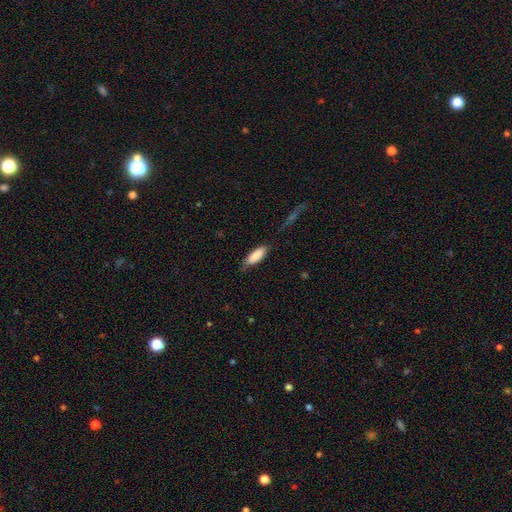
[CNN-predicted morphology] type=smooth (86%); roundness=in between (66%); merging=none (69%).